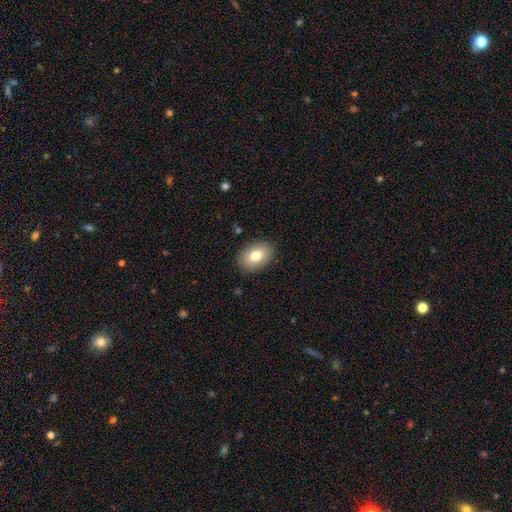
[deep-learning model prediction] Smooth or featured?
  - smooth: 77% *
  - featured or disk: 15%
  - star or artifact: 8%
How rounded?
  - in between: 81% *
  - round: 18%
  - cigar-shaped: 1%
Merging?
  - none: 86% *
  - minor disturbance: 10%
  - major disturbance: 2%
  - merger: 1%